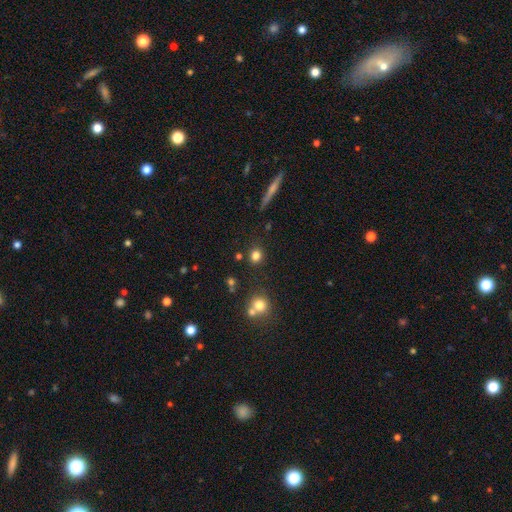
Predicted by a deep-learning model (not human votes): A smooth galaxy with no disk features (80%) that is round (83%). Merging: none (84%).